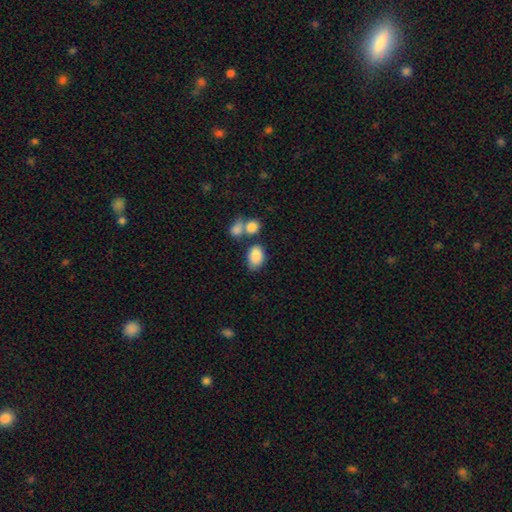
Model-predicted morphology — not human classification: The model was most divided on "merging": none: 51%, merger: 28%, minor disturbance: 15%, major disturbance: 6%. More confident: smooth or featured — smooth (86%); how rounded — in between (86%).